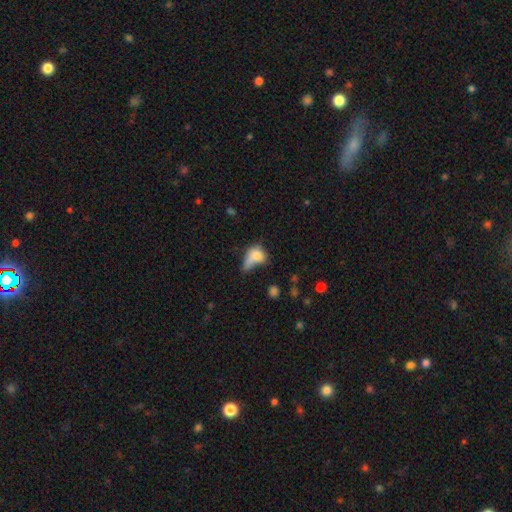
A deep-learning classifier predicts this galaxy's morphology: Smooth or featured? Predicted: smooth (p=0.72). How rounded? Predicted: in between (p=0.69). Merging? Predicted: major disturbance (p=0.35).